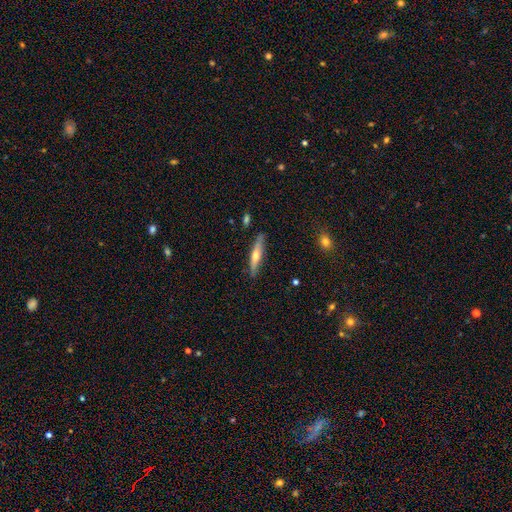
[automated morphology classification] Smooth or featured: featured or disk — 52% (smooth — 42%)
Edge-on disk: yes — 93% (no — 7%)
Merging: none — 85% (minor disturbance — 10%)